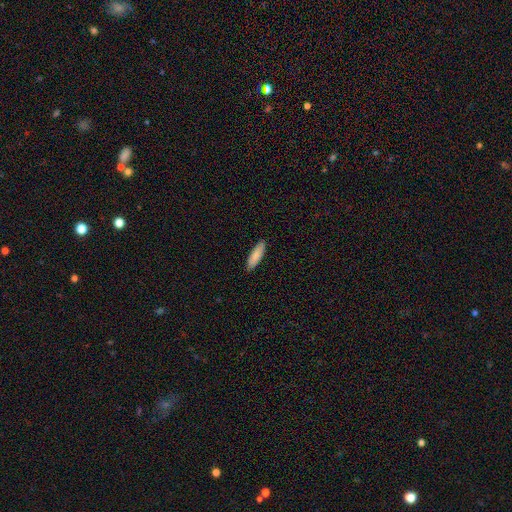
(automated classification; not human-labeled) Smooth or featured?
  - smooth: 86% *
  - featured or disk: 8%
  - star or artifact: 5%
How rounded?
  - cigar-shaped: 55% *
  - in between: 43%
  - round: 1%
Merging?
  - none: 89% *
  - minor disturbance: 8%
  - major disturbance: 2%
  - merger: 1%